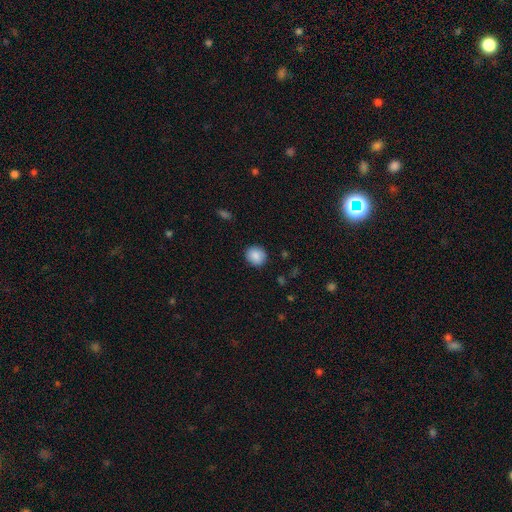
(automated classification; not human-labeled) smooth_or_featured: smooth (p=0.88) [alt: star or artifact p=0.08]
how_rounded: round (p=0.82) [alt: in between p=0.17]
merging: none (p=0.89) [alt: minor disturbance p=0.07]